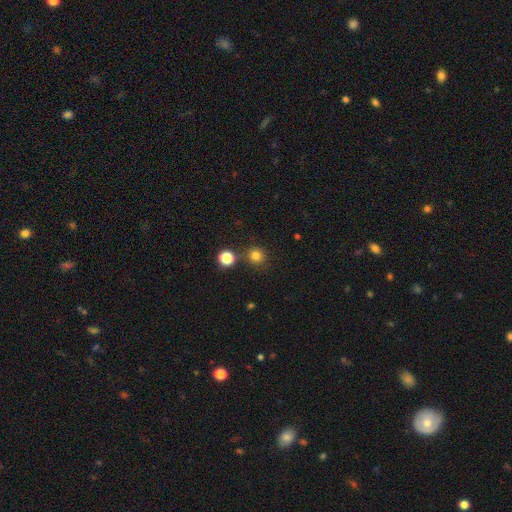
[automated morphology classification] This appears to be a smooth galaxy with no disk features (79%) that is round (93%). Merging: none (82%).